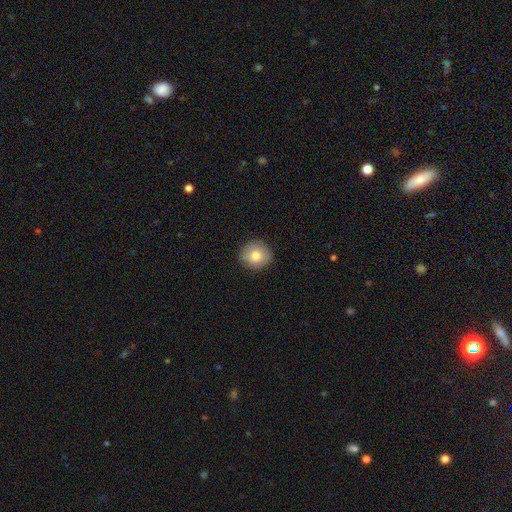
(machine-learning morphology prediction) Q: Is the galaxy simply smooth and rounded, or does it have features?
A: smooth — 79%.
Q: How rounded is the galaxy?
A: round — 90%.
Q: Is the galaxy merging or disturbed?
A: none — 86%.